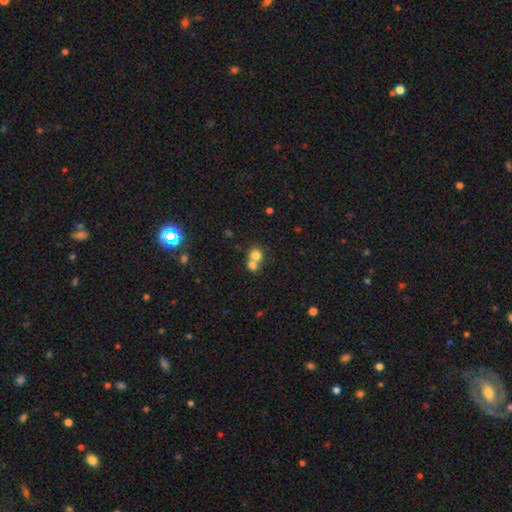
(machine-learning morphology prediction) smooth 75%, featured or disk 13%, star or artifact 12%. Down the decision tree: how rounded — round (80%); merging — merger (61%).